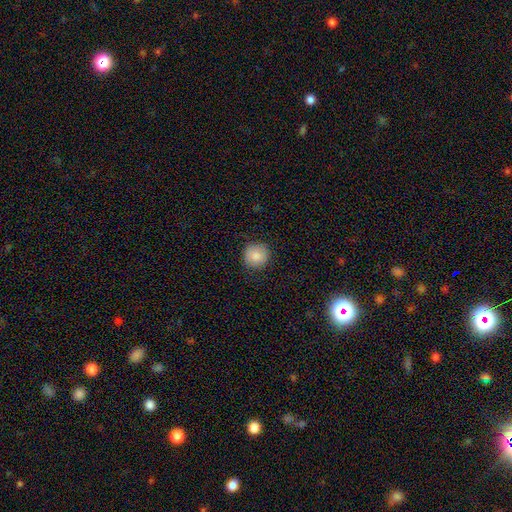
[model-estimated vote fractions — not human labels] Smooth or featured? smooth (85%)
How rounded? round (93%)
Merging? none (88%)